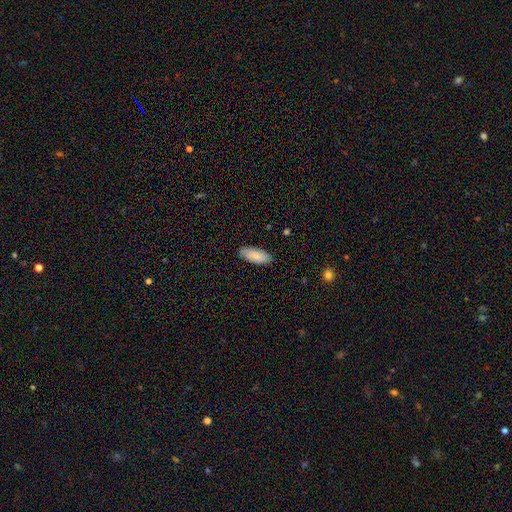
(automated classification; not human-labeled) This appears to be a smooth galaxy with no disk features (86%) that is in between round and cigar-shaped (84%). Merging: none (86%).